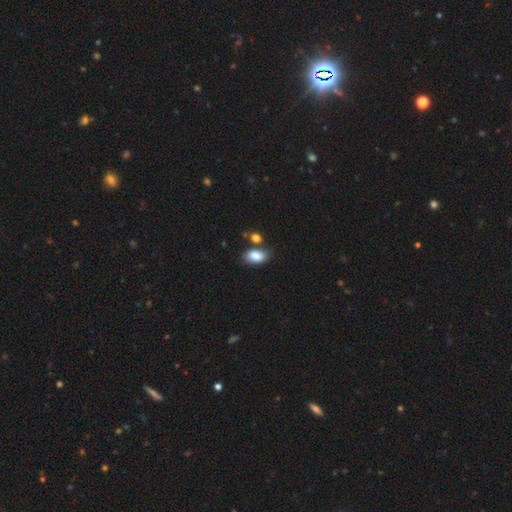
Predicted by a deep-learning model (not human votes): Q: Smooth or featured?
A: smooth (87%); runner-up: star or artifact (8%)
Q: How rounded?
A: in between (91%); runner-up: round (7%)
Q: Merging?
A: none (68%); runner-up: minor disturbance (15%)